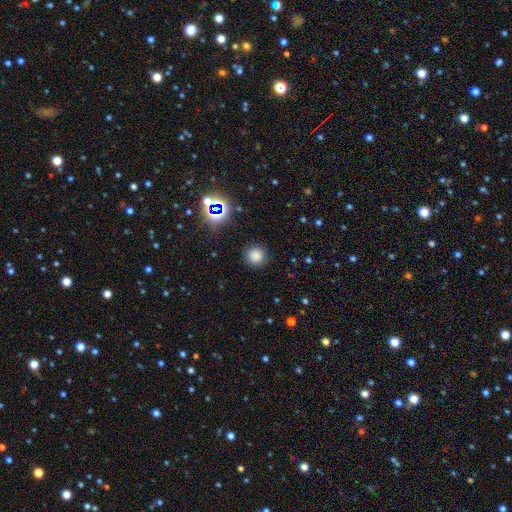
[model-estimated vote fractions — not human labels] A smooth galaxy with no disk features (76%) that is round (94%).

Vote fractions:
- Smooth or featured? smooth: 76% / star or artifact: 19% / featured or disk: 5%
- How rounded? round: 94% / in between: 5% / cigar-shaped: 1%
- Merging? none: 88% / minor disturbance: 8% / major disturbance: 3% / merger: 1%